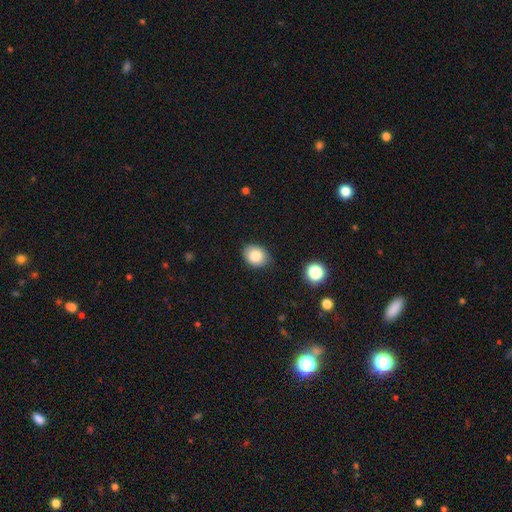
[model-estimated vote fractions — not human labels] Morphology: type=smooth (84%); roundness=in between (60%); merging=none (80%).